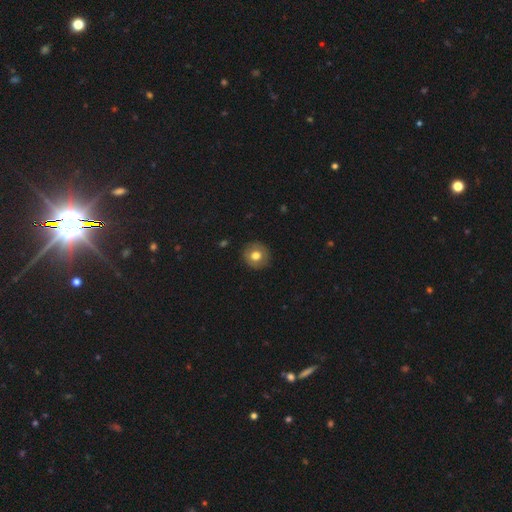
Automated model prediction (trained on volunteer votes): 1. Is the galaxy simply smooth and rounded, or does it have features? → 72% smooth, 19% featured or disk, 9% star or artifact.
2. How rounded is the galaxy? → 91% round, 8% in between, 1% cigar-shaped.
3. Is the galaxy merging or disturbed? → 89% none, 7% minor disturbance, 2% major disturbance, 1% merger.